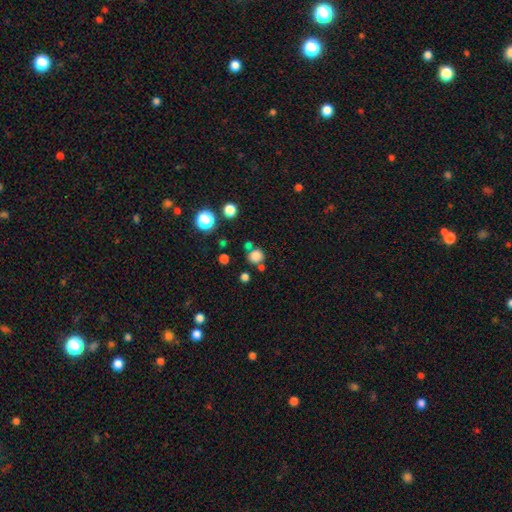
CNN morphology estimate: Smooth or featured? Predicted: smooth (p=0.79). How rounded? Predicted: round (p=0.90). Merging? Predicted: none (p=0.69).